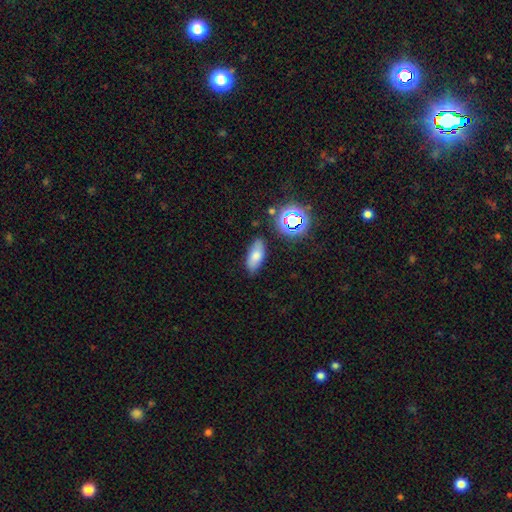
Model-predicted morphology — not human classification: This appears to be a smooth galaxy with no disk features (71%) that is in between round and cigar-shaped (84%). Merging: none (78%).